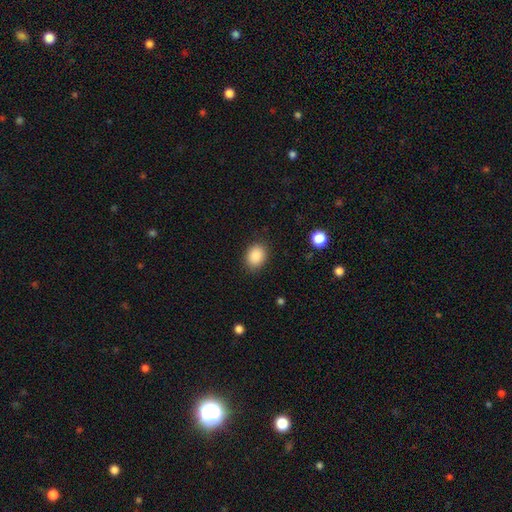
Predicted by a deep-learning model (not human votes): A smooth galaxy with no disk features (88%) that is in between round and cigar-shaped (58%).

Vote fractions:
- Smooth or featured? smooth: 88% / star or artifact: 8% / featured or disk: 4%
- How rounded? in between: 58% / round: 41% / cigar-shaped: 1%
- Merging? none: 86% / minor disturbance: 10% / major disturbance: 3% / merger: 1%